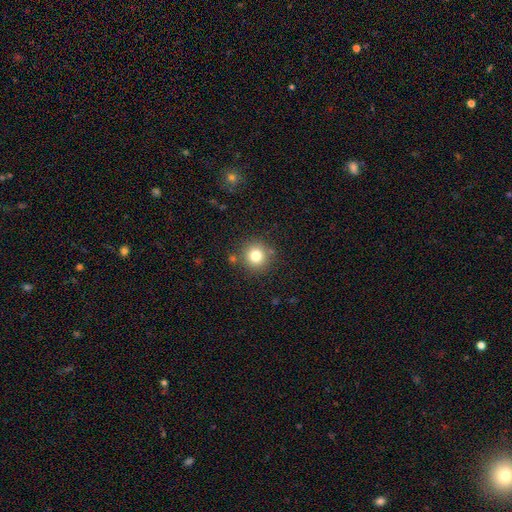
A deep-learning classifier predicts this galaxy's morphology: Smooth or featured? Predicted: smooth (p=0.79). How rounded? Predicted: round (p=0.93). Merging? Predicted: none (p=0.85).